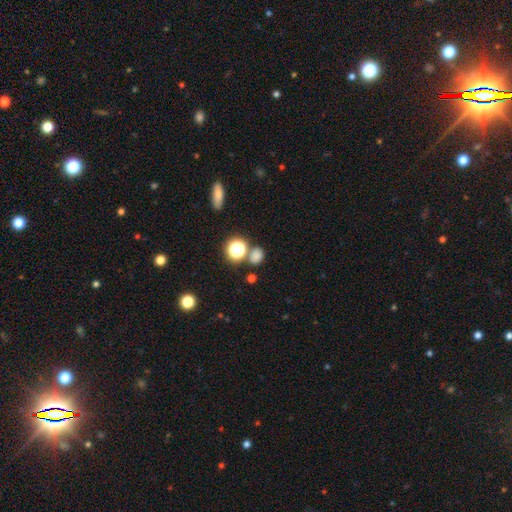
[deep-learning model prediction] Smooth or featured?
  - smooth: 72% *
  - star or artifact: 22%
  - featured or disk: 5%
How rounded?
  - round: 53% *
  - in between: 46%
  - cigar-shaped: 2%
Merging?
  - none: 71% *
  - merger: 14%
  - minor disturbance: 11%
  - major disturbance: 4%